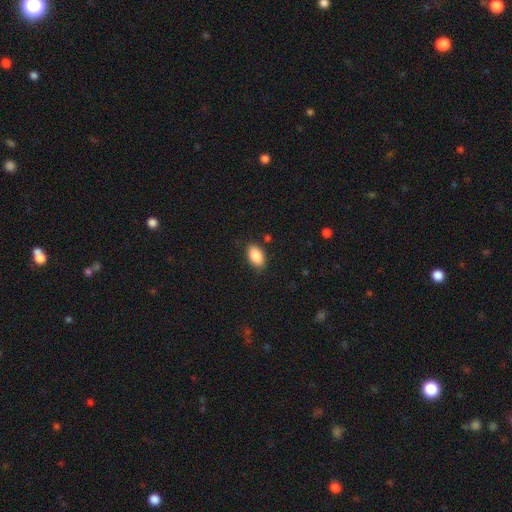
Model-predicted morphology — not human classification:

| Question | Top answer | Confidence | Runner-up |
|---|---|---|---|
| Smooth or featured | smooth | 88% | star or artifact (7%) |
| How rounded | in between | 93% | round (6%) |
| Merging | none | 86% | minor disturbance (10%) |